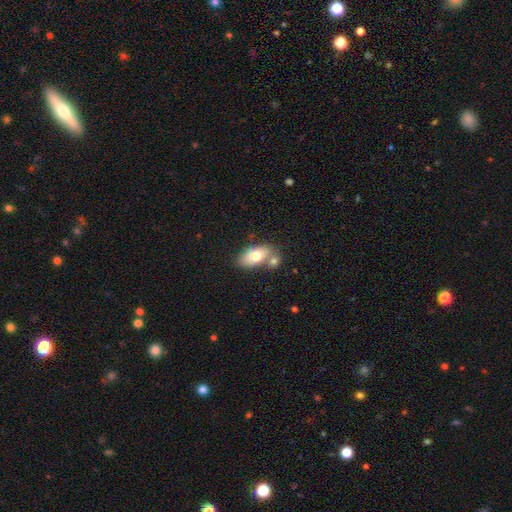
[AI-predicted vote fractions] This appears to be a smooth galaxy with no disk features (71%) that is in between round and cigar-shaped (90%). Merging: none (54%).